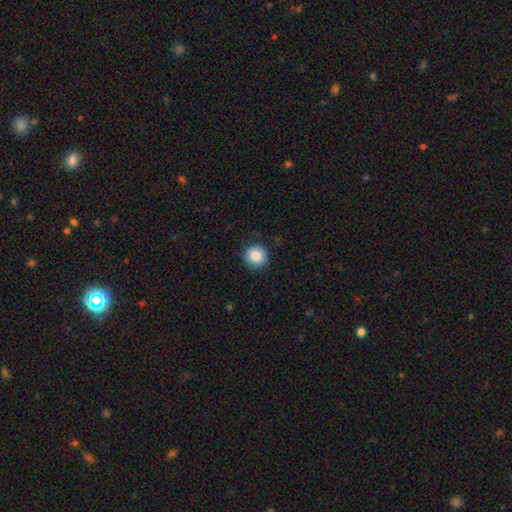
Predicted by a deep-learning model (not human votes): A smooth galaxy with no disk features (88%) that is round (93%). Merging: none (86%).